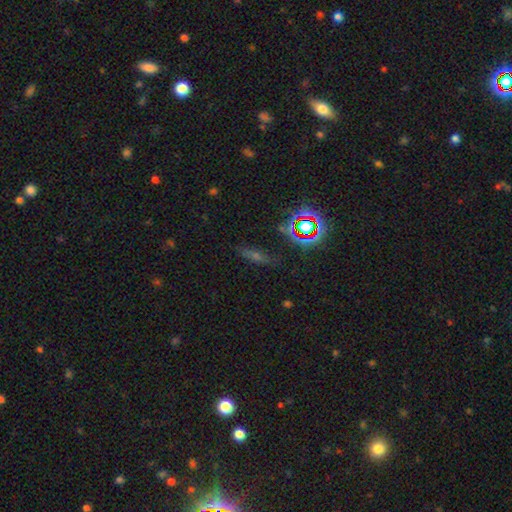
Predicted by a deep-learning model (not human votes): Smooth or featured: star or artifact — 35% (tied with smooth — 35%)